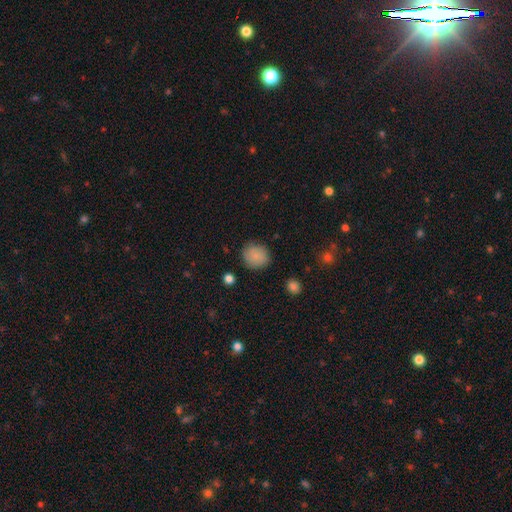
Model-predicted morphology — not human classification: smooth_or_featured: smooth (p=0.86) [alt: star or artifact p=0.09]
how_rounded: round (p=0.79) [alt: in between p=0.20]
merging: none (p=0.84) [alt: minor disturbance p=0.11]